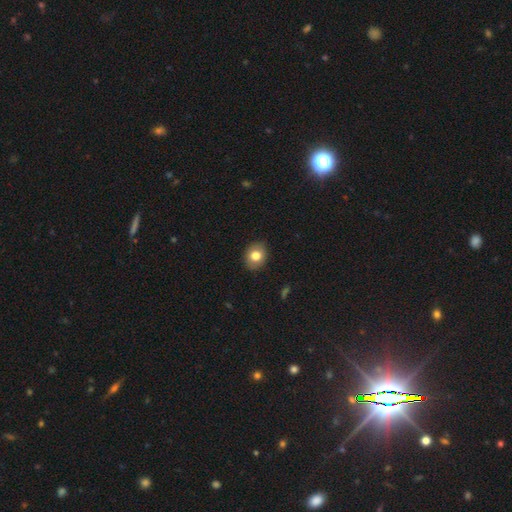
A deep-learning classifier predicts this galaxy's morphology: This is likely a smooth galaxy (78%). How rounded: possibly round (53%). Merging: clearly none (87%).